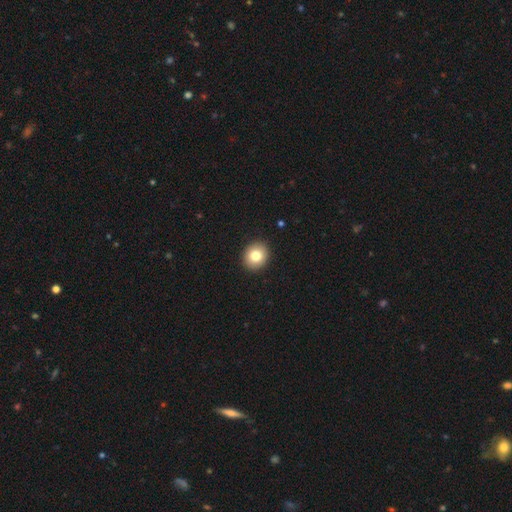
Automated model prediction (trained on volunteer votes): Smooth or featured? Predicted: smooth (p=0.81). How rounded? Predicted: round (p=0.78). Merging? Predicted: none (p=0.92).